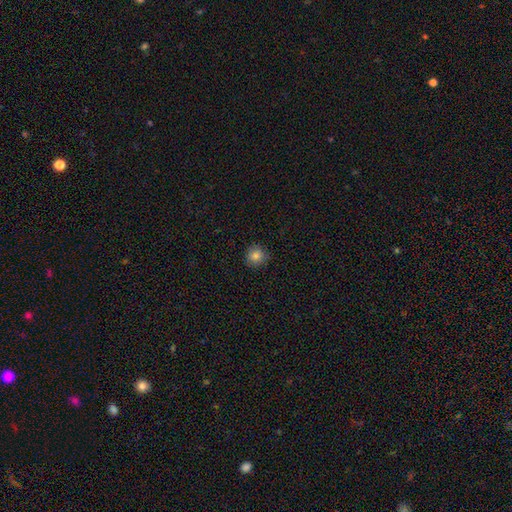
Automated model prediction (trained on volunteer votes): smooth-or-featured: smooth: 83% | star or artifact: 11% | featured or disk: 6%
  how-rounded: round: 91% | in between: 8% | cigar-shaped: 1%
  merging: none: 88% | minor disturbance: 9% | major disturbance: 2% | merger: 1%